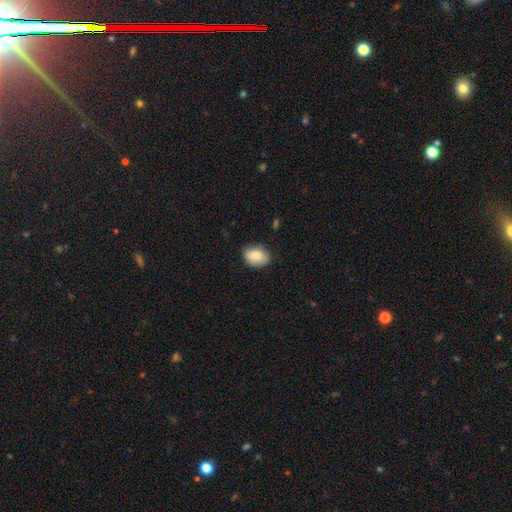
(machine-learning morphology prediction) Smooth or featured?
  - smooth: 84% *
  - featured or disk: 9%
  - star or artifact: 7%
How rounded?
  - in between: 74% *
  - round: 25%
  - cigar-shaped: 1%
Merging?
  - none: 78% *
  - minor disturbance: 18%
  - major disturbance: 3%
  - merger: 1%